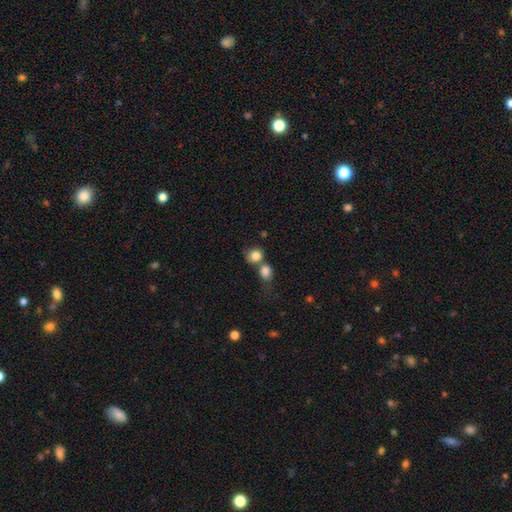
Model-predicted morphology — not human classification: Smooth or featured? Predicted: smooth (p=0.83). How rounded? Predicted: round (p=0.76). Merging? Predicted: merger (p=0.48).